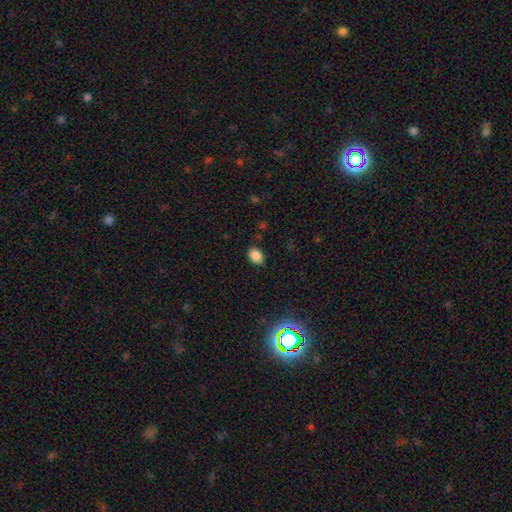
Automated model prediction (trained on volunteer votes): A smooth galaxy with no disk features (86%) that is in between round and cigar-shaped (75%).

Vote fractions:
- Smooth or featured? smooth: 86% / star or artifact: 11% / featured or disk: 4%
- How rounded? in between: 75% / round: 24% / cigar-shaped: 1%
- Merging? none: 87% / minor disturbance: 10% / major disturbance: 3% / merger: 1%